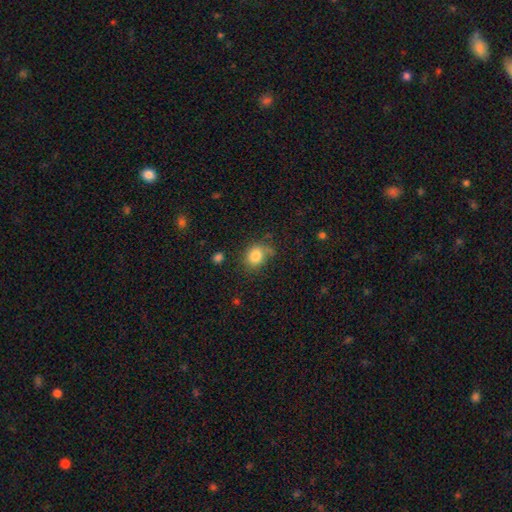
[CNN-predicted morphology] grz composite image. It shows a smooth galaxy with no disk features (82%) that is round (63%). Merging: none (63%).